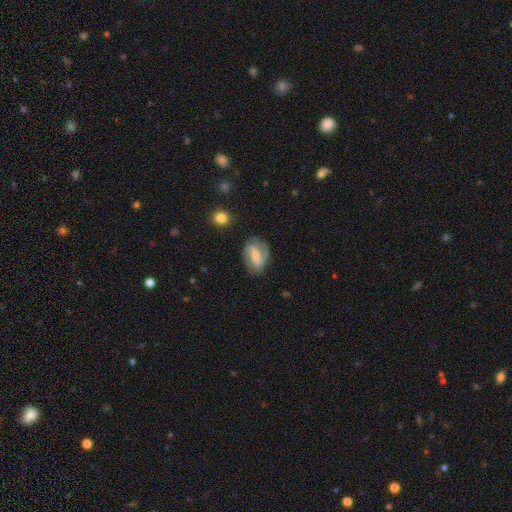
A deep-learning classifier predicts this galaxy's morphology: Smooth or featured: featured or disk — 78% (smooth — 16%)
Edge-on disk: no — 96% (yes — 4%)
Bar: strong — 41% (tied with weak — 41%)
Spiral arms: yes — 93% (no — 7%)
Spiral winding: medium — 44% (loose — 36%)
Spiral arm count: 2 — 87% (can't tell — 5%)
Bulge size: small — 45% (moderate — 40%)
Merging: none — 76% (minor disturbance — 16%)